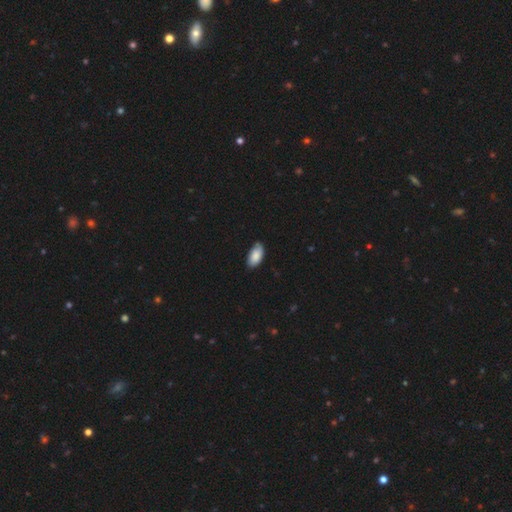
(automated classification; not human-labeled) Q: Smooth or featured?
A: smooth (85%); runner-up: featured or disk (9%)
Q: How rounded?
A: in between (95%); runner-up: cigar-shaped (3%)
Q: Merging?
A: none (73%); runner-up: minor disturbance (23%)